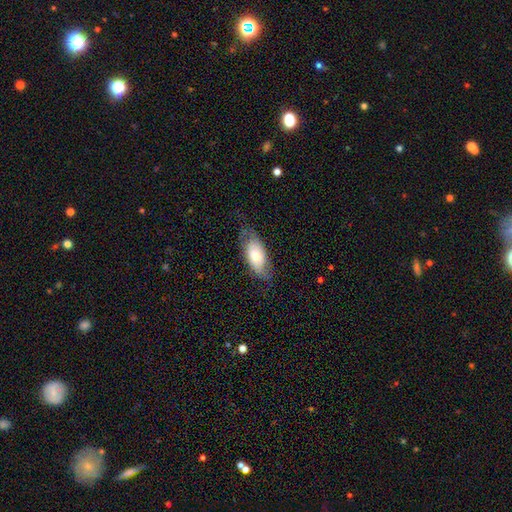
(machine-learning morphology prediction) smooth_or_featured: smooth (p=0.56) [alt: featured or disk p=0.38]
how_rounded: in between (p=0.89) [alt: cigar-shaped p=0.08]
merging: none (p=0.60) [alt: minor disturbance p=0.26]